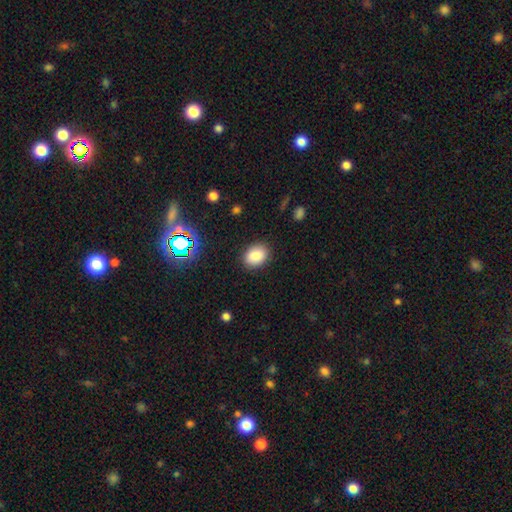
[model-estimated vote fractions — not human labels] Smooth or featured?
  - smooth: 84% *
  - star or artifact: 10%
  - featured or disk: 6%
How rounded?
  - in between: 68% *
  - round: 31%
  - cigar-shaped: 1%
Merging?
  - none: 87% *
  - minor disturbance: 9%
  - major disturbance: 3%
  - merger: 1%